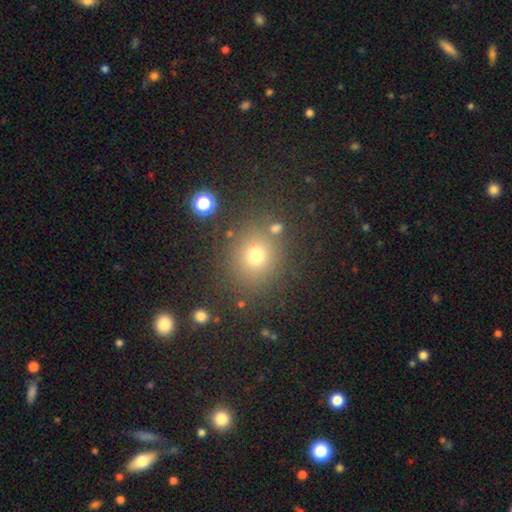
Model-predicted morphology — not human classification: This is likely a smooth galaxy (71%). How rounded: clearly round (83%). Merging: clearly none (81%).